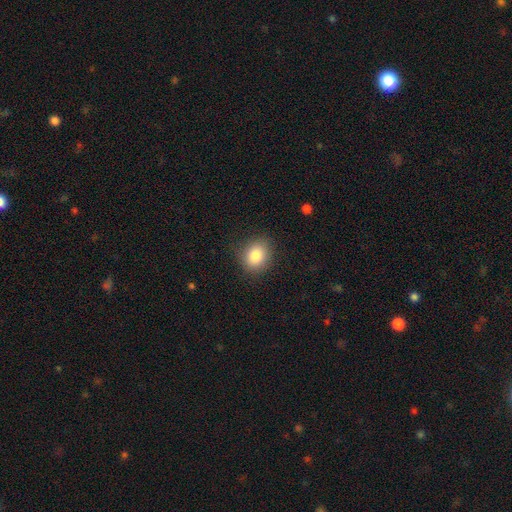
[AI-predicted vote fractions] This is clearly a smooth galaxy (83%). How rounded: likely round (62%). Merging: clearly none (84%).